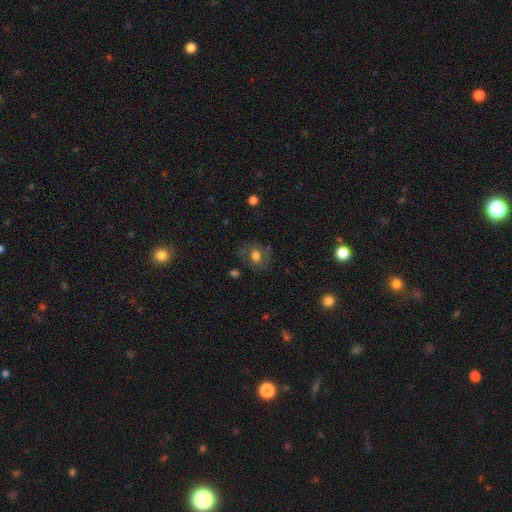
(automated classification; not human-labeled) Morphology: type=smooth (63%); roundness=round (63%); merging=none (71%).